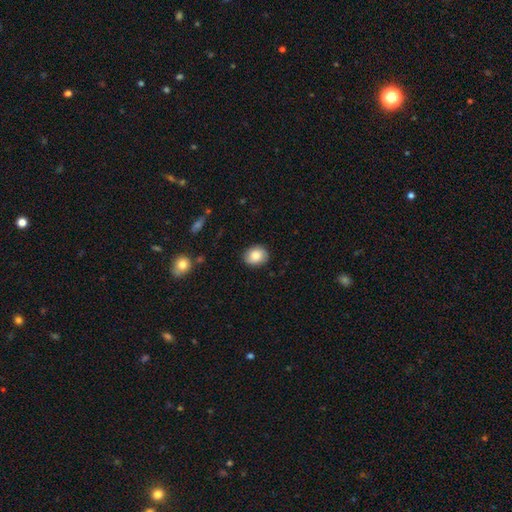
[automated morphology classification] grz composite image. It shows a smooth galaxy with no disk features (83%) that is round (51%). Merging: none (86%).